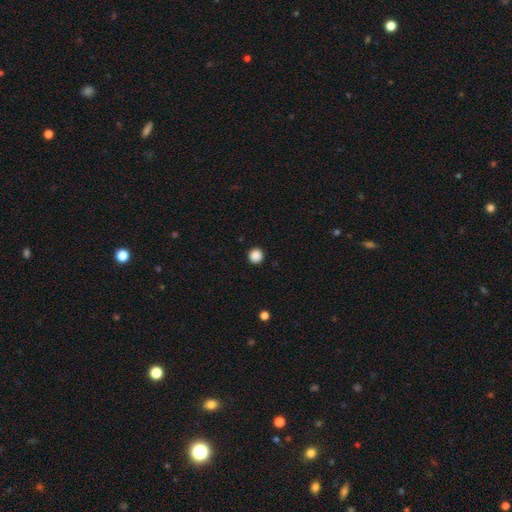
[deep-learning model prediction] A smooth galaxy with no disk features (88%) that is round (96%).

Vote fractions:
- Smooth or featured? smooth: 88% / star or artifact: 10% / featured or disk: 2%
- How rounded? round: 96% / in between: 3% / cigar-shaped: 1%
- Merging? none: 94% / minor disturbance: 4% / major disturbance: 1% / merger: 1%